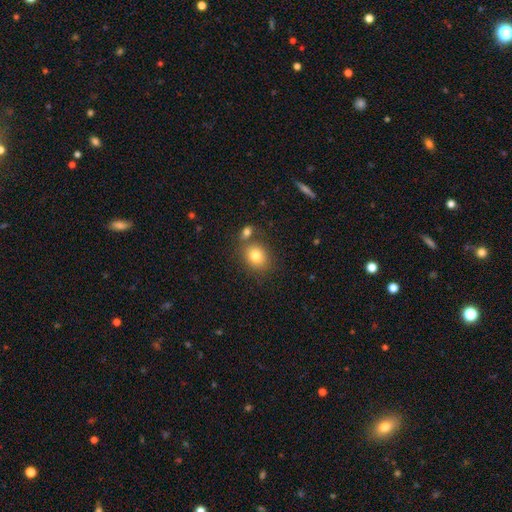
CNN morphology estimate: smooth_or_featured: smooth (p=0.80) [alt: star or artifact p=0.10]
how_rounded: round (p=0.53) [alt: in between p=0.46]
merging: none (p=0.65) [alt: merger p=0.20]